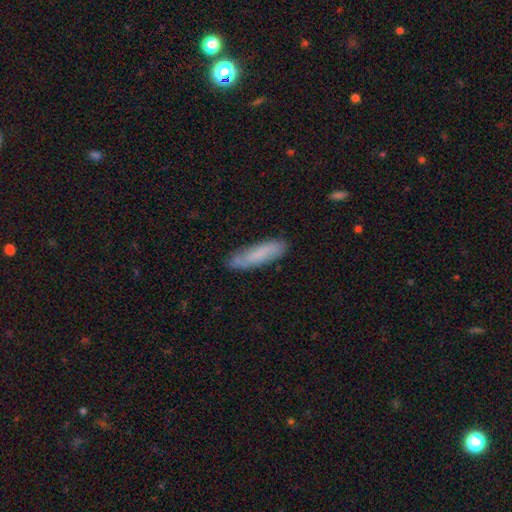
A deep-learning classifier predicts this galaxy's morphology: smooth_or_featured: smooth (p=0.72) [alt: featured or disk p=0.21]
how_rounded: cigar-shaped (p=0.70) [alt: in between p=0.28]
merging: none (p=0.71) [alt: minor disturbance p=0.21]